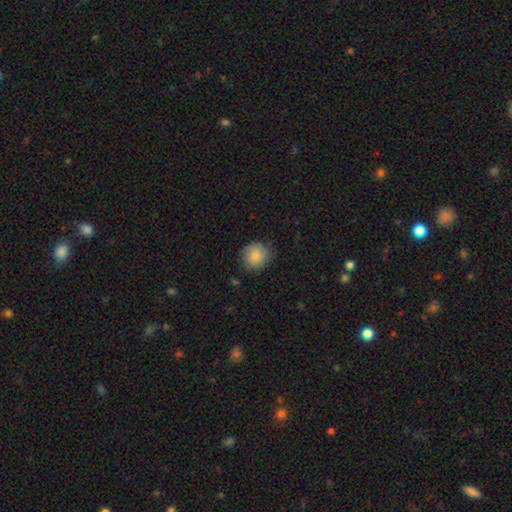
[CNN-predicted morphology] Smooth or featured? Predicted: smooth (p=0.85). How rounded? Predicted: round (p=0.87). Merging? Predicted: none (p=0.80).